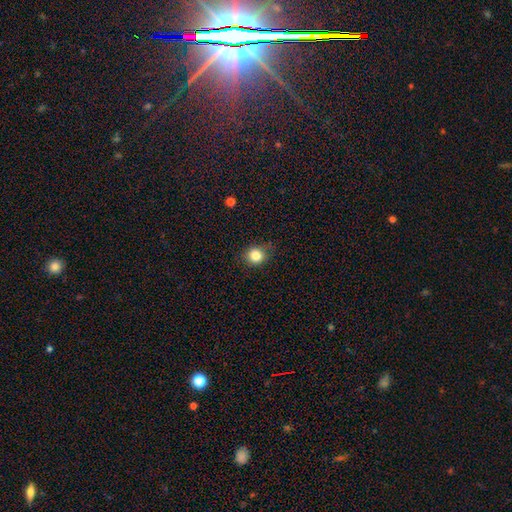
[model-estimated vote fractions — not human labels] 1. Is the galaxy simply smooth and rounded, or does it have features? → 83% smooth, 11% star or artifact, 6% featured or disk.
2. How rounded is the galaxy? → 83% round, 16% in between, 1% cigar-shaped.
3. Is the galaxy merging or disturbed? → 83% none, 12% minor disturbance, 3% major disturbance, 1% merger.